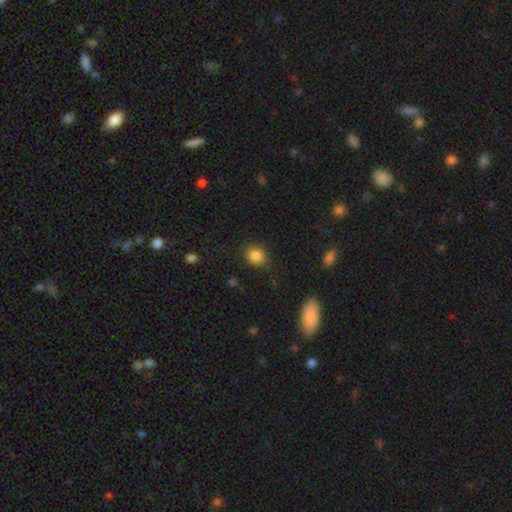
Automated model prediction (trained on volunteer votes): This is clearly a smooth galaxy (85%). How rounded: likely round (75%). Merging: clearly none (83%).